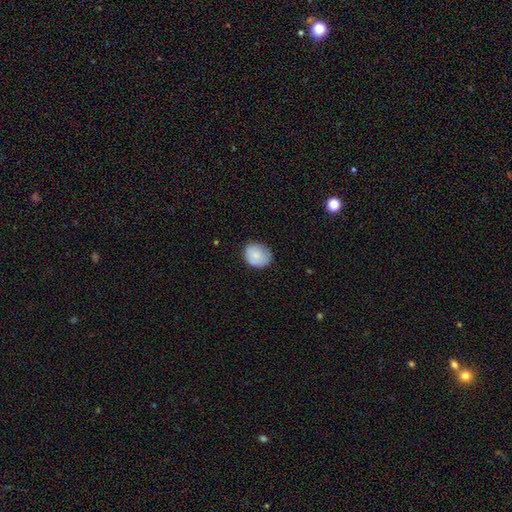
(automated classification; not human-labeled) The model was most divided on "how rounded": round: 60%, in between: 39%, cigar-shaped: 1%. More confident: smooth or featured — smooth (80%); merging — none (73%).